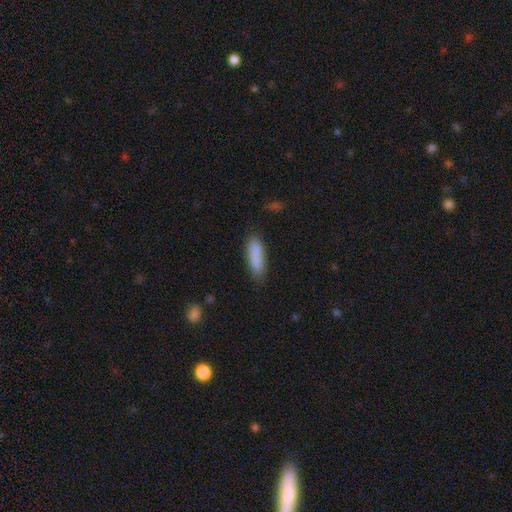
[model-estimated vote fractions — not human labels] Smooth or featured? smooth (85%)
How rounded? cigar-shaped (56%)
Merging? none (76%)